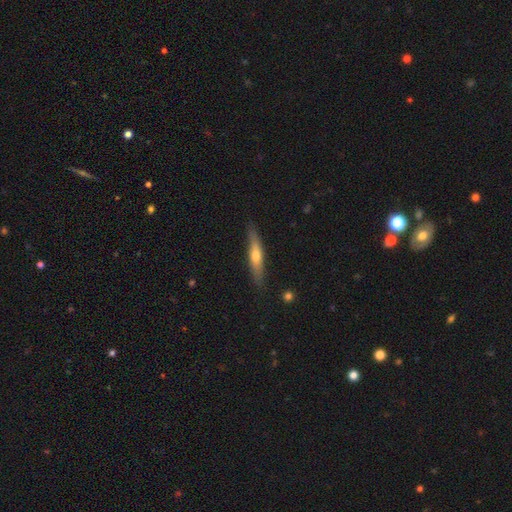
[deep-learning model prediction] The model was most divided on "smooth or featured": smooth: 48%, featured or disk: 46%, star or artifact: 5%. More confident: merging — none (84%).